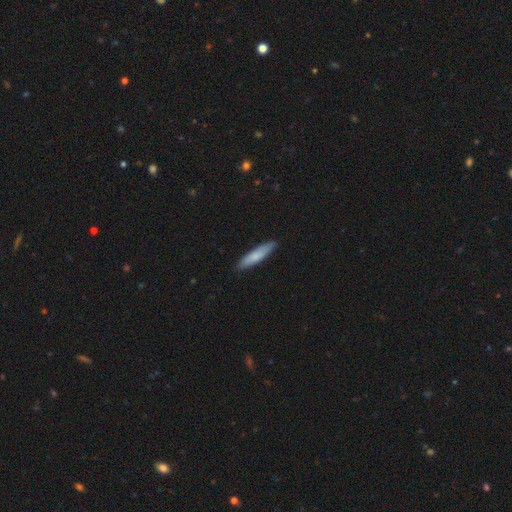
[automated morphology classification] type=smooth (77%); roundness=cigar-shaped (83%); merging=none (88%).